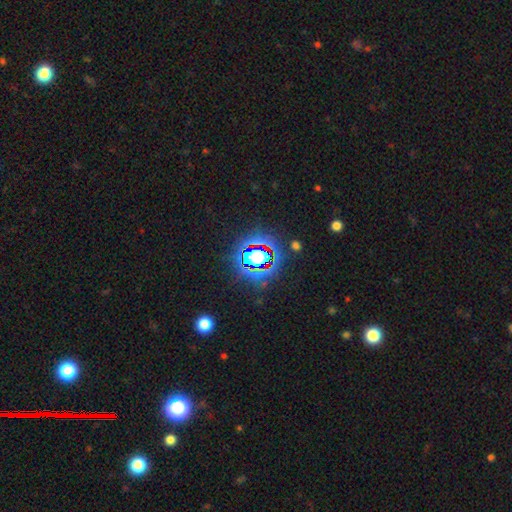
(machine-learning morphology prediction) A star or artifact, not a galaxy (83%).

Vote fractions:
- Smooth or featured? star or artifact: 83% / smooth: 10% / featured or disk: 7%